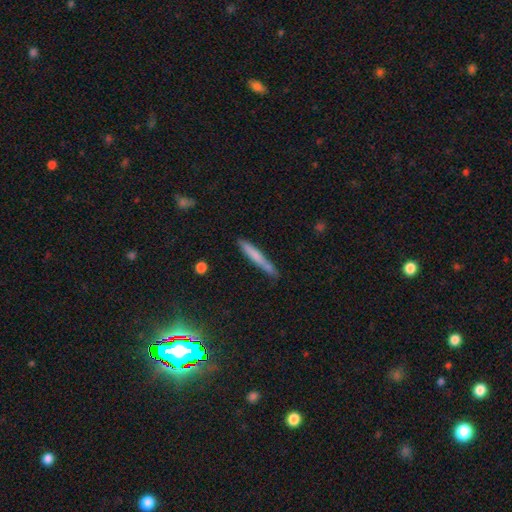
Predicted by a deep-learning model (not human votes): Smooth or featured? smooth (65%)
How rounded? cigar-shaped (96%)
Merging? none (80%)